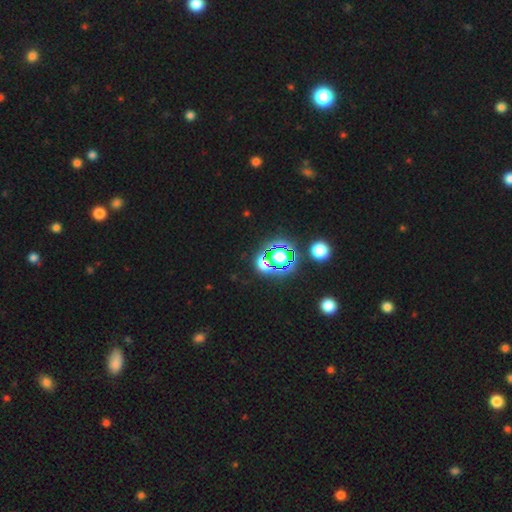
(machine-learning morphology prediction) Smooth or featured: star or artifact — 76% (smooth — 16%)